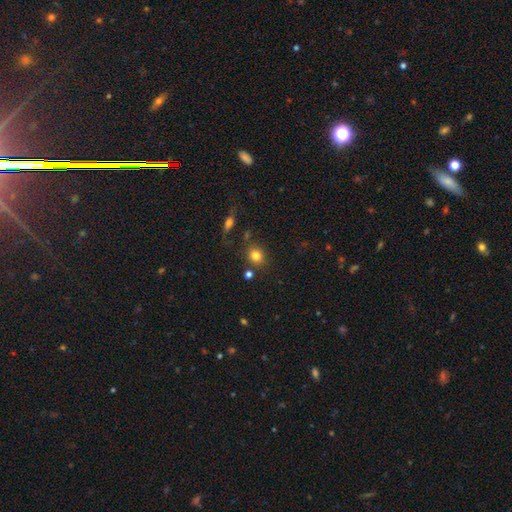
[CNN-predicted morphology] smooth-or-featured: smooth: 80% | star or artifact: 12% | featured or disk: 7%
  how-rounded: round: 74% | in between: 25% | cigar-shaped: 1%
  merging: none: 78% | minor disturbance: 11% | merger: 7% | major disturbance: 4%